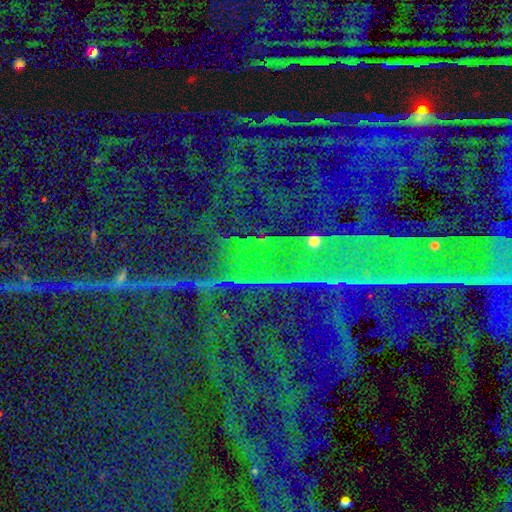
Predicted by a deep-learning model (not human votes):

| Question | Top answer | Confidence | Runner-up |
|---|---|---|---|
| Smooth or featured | star or artifact | 86% | featured or disk (7%) |